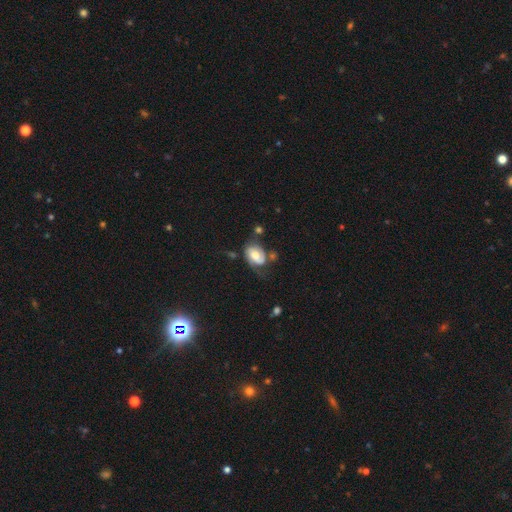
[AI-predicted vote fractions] smooth-or-featured: featured or disk: 49% | smooth: 43% | star or artifact: 8%
  merging: none: 39% | minor disturbance: 28% | major disturbance: 23% | merger: 9%